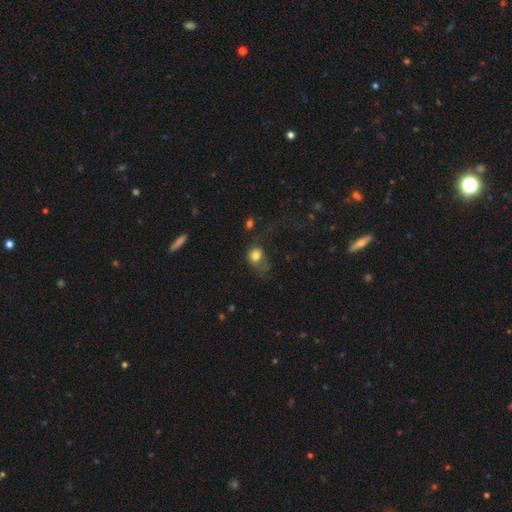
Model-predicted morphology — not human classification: The model was most divided on "merging": major disturbance: 47%, none: 27%, minor disturbance: 21%, merger: 5%. More confident: smooth or featured — smooth (76%); how rounded — round (60%).